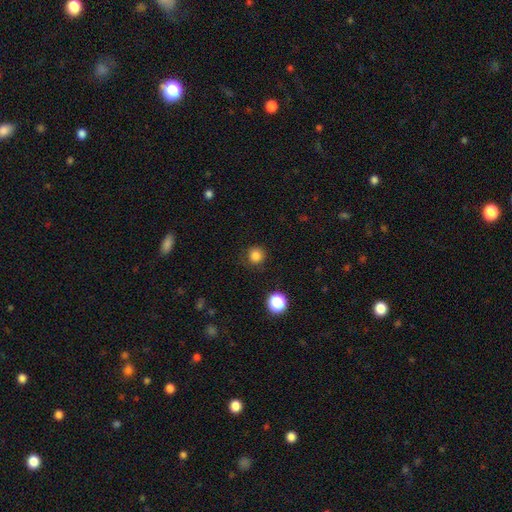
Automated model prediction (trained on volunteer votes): This appears to be a smooth galaxy with no disk features (83%) that is round (94%). Merging: none (86%).